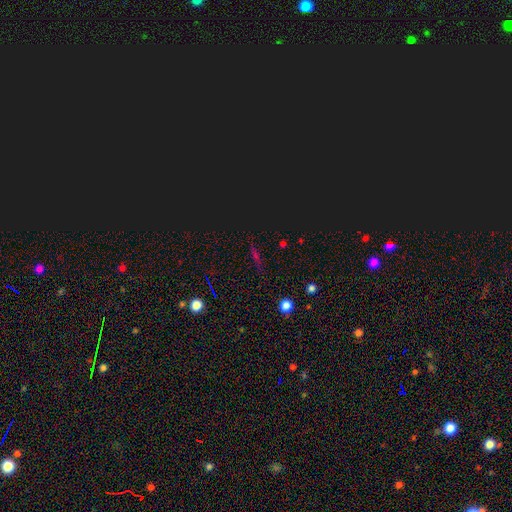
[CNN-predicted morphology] Smooth or featured?
  - star or artifact: 60% *
  - smooth: 24%
  - featured or disk: 16%